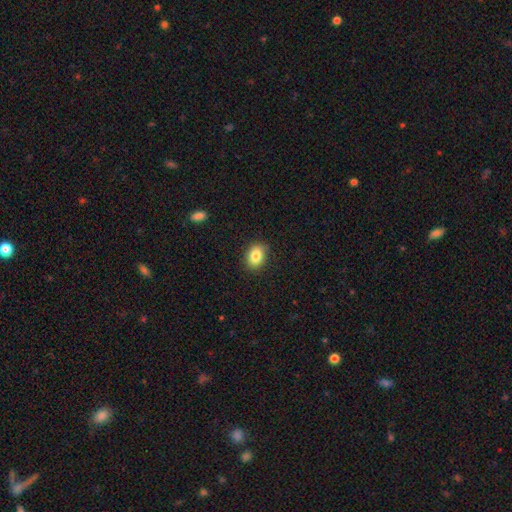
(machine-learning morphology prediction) Smooth or featured? Predicted: smooth (p=0.84). How rounded? Predicted: in between (p=0.66). Merging? Predicted: none (p=0.86).